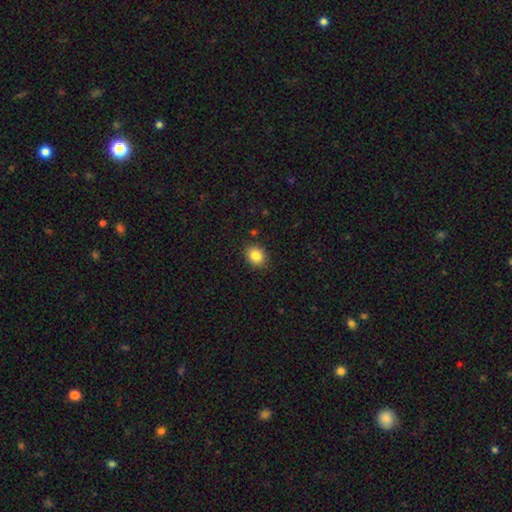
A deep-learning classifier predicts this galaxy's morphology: A smooth galaxy with no disk features (85%) that is round (53%). Merging: none (88%).